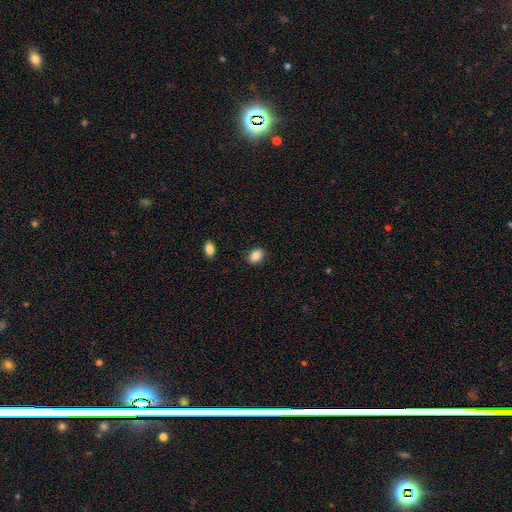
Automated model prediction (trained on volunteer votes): This is clearly a smooth galaxy (87%). How rounded: likely in between (72%). Merging: clearly none (87%).